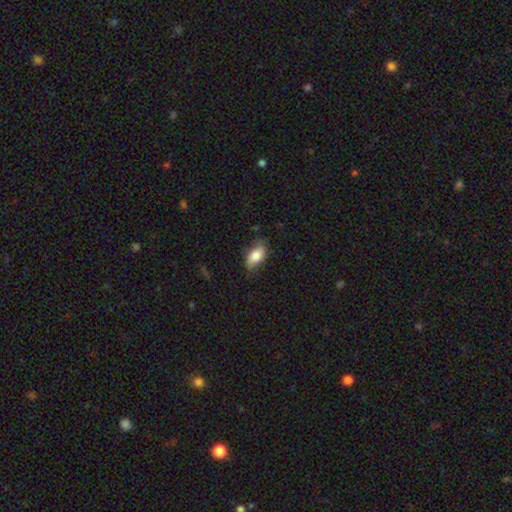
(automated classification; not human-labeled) Smooth or featured?
  - smooth: 81% *
  - featured or disk: 12%
  - star or artifact: 7%
How rounded?
  - in between: 91% *
  - cigar-shaped: 5%
  - round: 4%
Merging?
  - none: 69% *
  - minor disturbance: 23%
  - major disturbance: 6%
  - merger: 1%